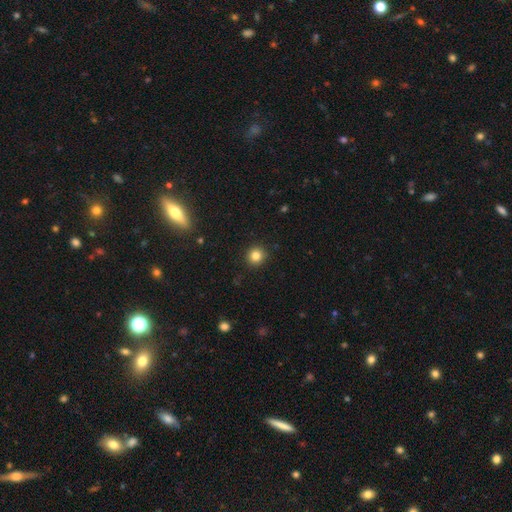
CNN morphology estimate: smooth-or-featured: smooth: 83% | star or artifact: 12% | featured or disk: 5%
  how-rounded: round: 94% | in between: 5% | cigar-shaped: 1%
  merging: none: 92% | minor disturbance: 5% | major disturbance: 2% | merger: 1%